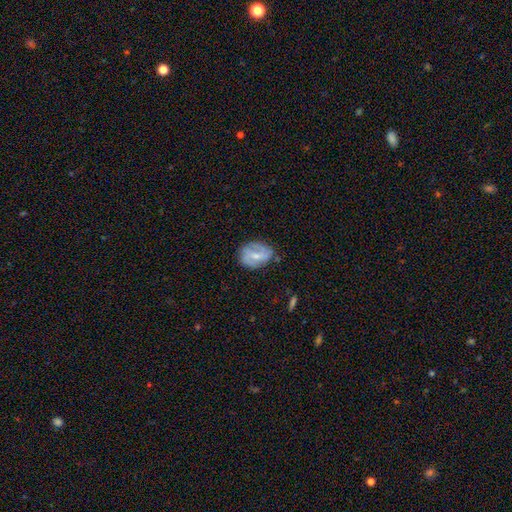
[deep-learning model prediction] Smooth or featured? featured or disk (54%)
Edge-on disk? no (96%)
Bar? weak (47%)
Spiral arms? yes (69%)
Bulge size? small (52%)
Merging? none (67%)